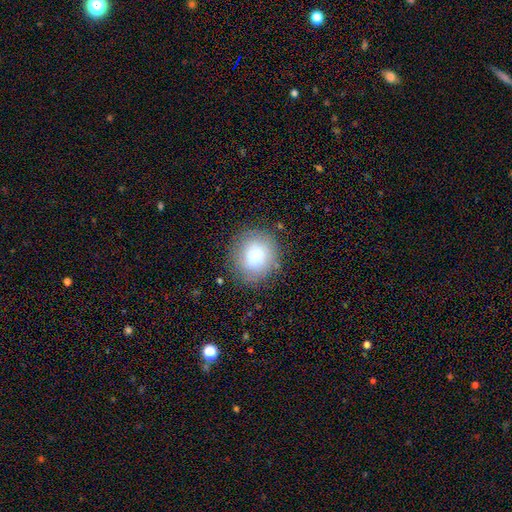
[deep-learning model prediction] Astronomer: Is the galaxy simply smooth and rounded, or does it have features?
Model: smooth — 78%.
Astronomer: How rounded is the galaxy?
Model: round — 86%.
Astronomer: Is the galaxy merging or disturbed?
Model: none — 81%.